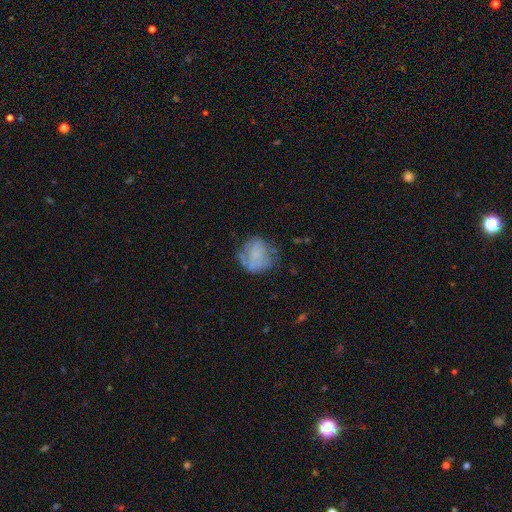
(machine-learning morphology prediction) smooth-or-featured: smooth: 52% | featured or disk: 38% | star or artifact: 10%
  how-rounded: round: 73% | in between: 26% | cigar-shaped: 1%
  merging: none: 52% | minor disturbance: 26% | major disturbance: 17% | merger: 5%